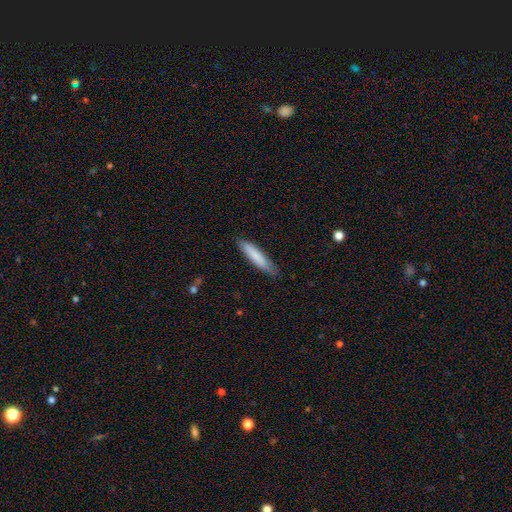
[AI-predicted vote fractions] Smooth or featured? Predicted: smooth (p=0.82). How rounded? Predicted: cigar-shaped (p=0.86). Merging? Predicted: none (p=0.83).